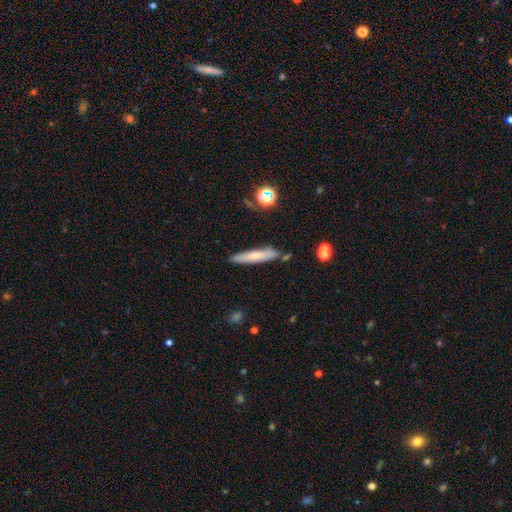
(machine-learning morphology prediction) smooth 64%, featured or disk 29%, star or artifact 8%. Down the decision tree: how rounded — cigar-shaped (89%); merging — none (81%).